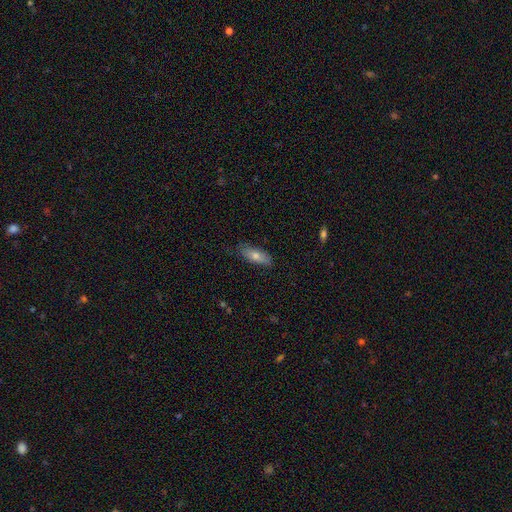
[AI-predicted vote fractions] Smooth or featured?
  - smooth: 65% *
  - featured or disk: 26%
  - star or artifact: 8%
How rounded?
  - in between: 61% *
  - cigar-shaped: 36%
  - round: 3%
Merging?
  - none: 78% *
  - minor disturbance: 17%
  - major disturbance: 3%
  - merger: 1%